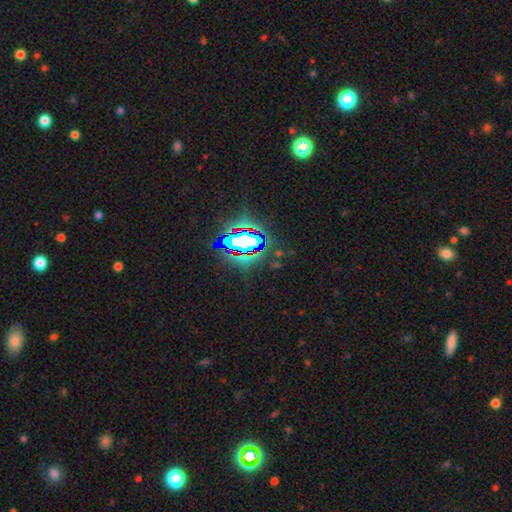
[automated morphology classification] star or artifact 81%, smooth 11%, featured or disk 8%.